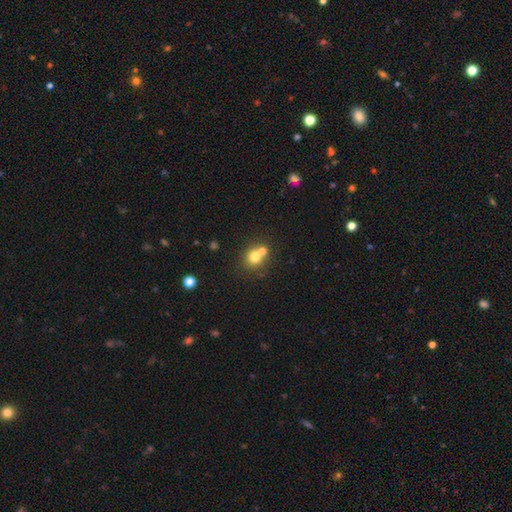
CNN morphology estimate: type=smooth (73%); roundness=round (79%); merging=merger (52%).